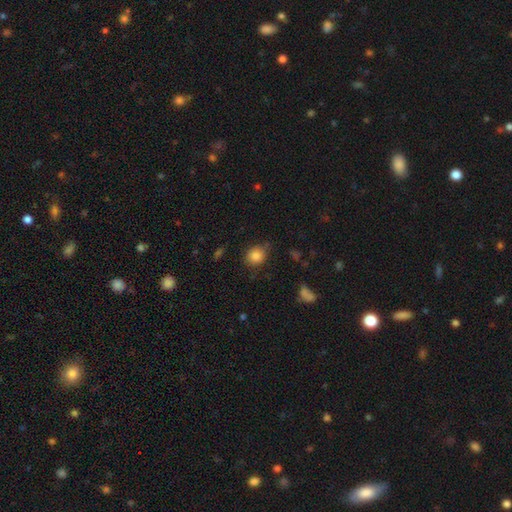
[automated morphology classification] smooth_or_featured: smooth (p=0.85) [alt: star or artifact p=0.10]
how_rounded: round (p=0.75) [alt: in between p=0.24]
merging: none (p=0.75) [alt: minor disturbance p=0.18]